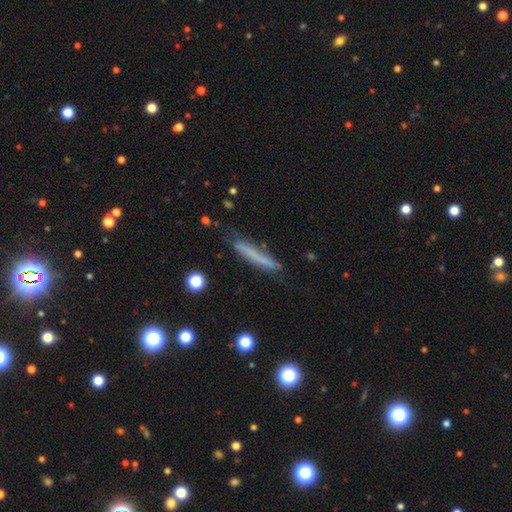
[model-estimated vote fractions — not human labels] smooth-or-featured: smooth: 63% | featured or disk: 28% | star or artifact: 9%
  how-rounded: cigar-shaped: 94% | in between: 4% | round: 2%
  merging: none: 73% | minor disturbance: 20% | major disturbance: 5% | merger: 3%